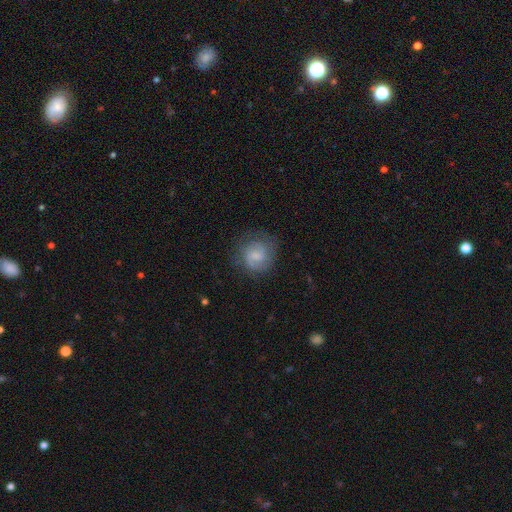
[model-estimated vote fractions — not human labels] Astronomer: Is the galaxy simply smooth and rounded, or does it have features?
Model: featured or disk — 55% (runner-up: smooth, 37%).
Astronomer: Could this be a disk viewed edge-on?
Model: no — 98%.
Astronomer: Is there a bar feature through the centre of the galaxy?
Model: weak — 52% (runner-up: no, 39%).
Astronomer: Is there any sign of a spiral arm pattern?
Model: yes — 88%.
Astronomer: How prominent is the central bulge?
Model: small — 45% (runner-up: none, 26%).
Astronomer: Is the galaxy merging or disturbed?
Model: none — 73%.